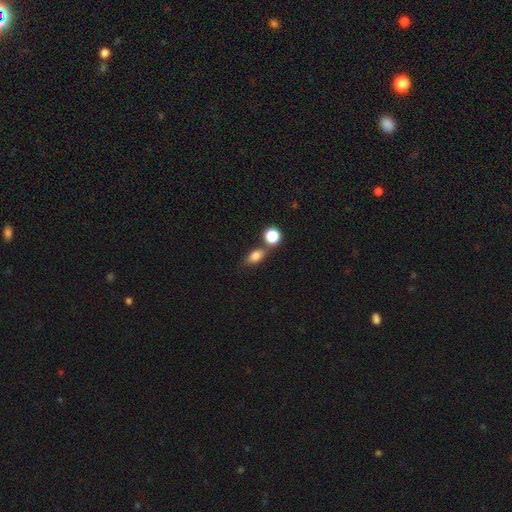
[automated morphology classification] Q: Smooth or featured?
A: smooth (80%); runner-up: star or artifact (11%)
Q: How rounded?
A: in between (75%); runner-up: round (20%)
Q: Merging?
A: none (59%); runner-up: merger (23%)